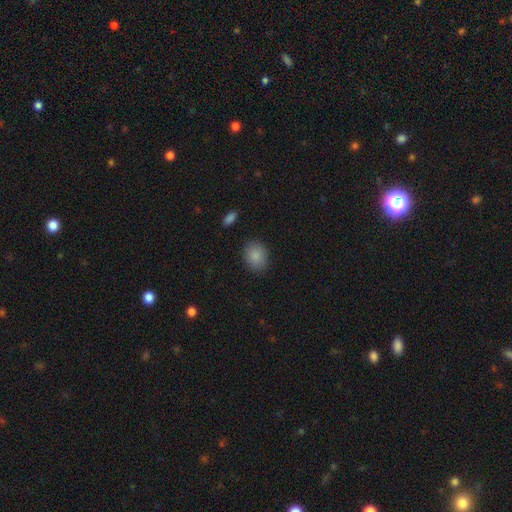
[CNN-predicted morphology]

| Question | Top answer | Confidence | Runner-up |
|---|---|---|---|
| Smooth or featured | smooth | 88% | star or artifact (8%) |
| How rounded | in between | 52% | round (47%) |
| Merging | none | 88% | minor disturbance (9%) |